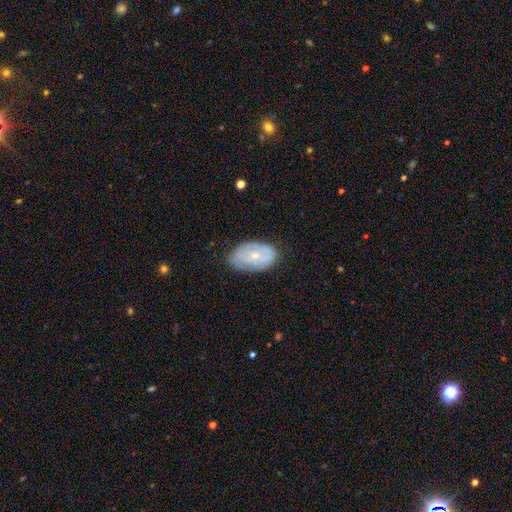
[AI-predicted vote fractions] The model was most divided on "smooth or featured": featured or disk: 48%, smooth: 45%, star or artifact: 7%. More confident: merging — none (71%).